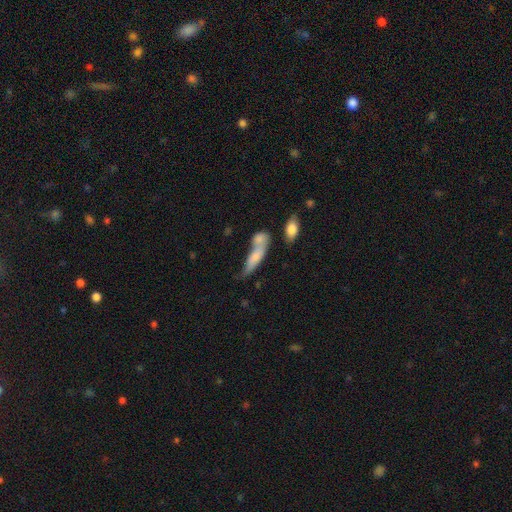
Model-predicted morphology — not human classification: Overall: smooth (69%). How rounded: cigar-shaped (55%; in between 42%). Merging: merger (48%; none 28%).